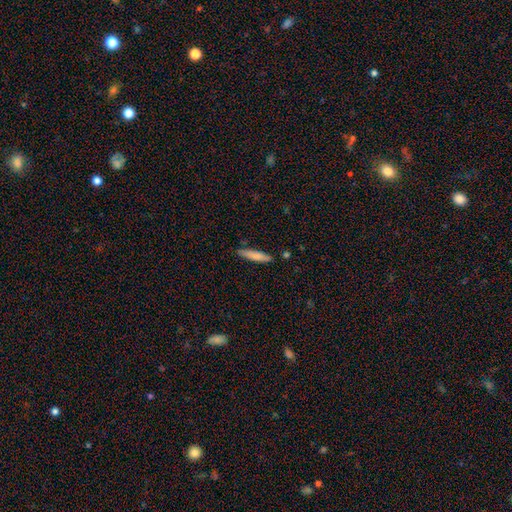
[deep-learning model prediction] Smooth or featured: smooth — 79% (featured or disk — 16%)
How rounded: cigar-shaped — 88% (in between — 10%)
Merging: none — 84% (minor disturbance — 12%)